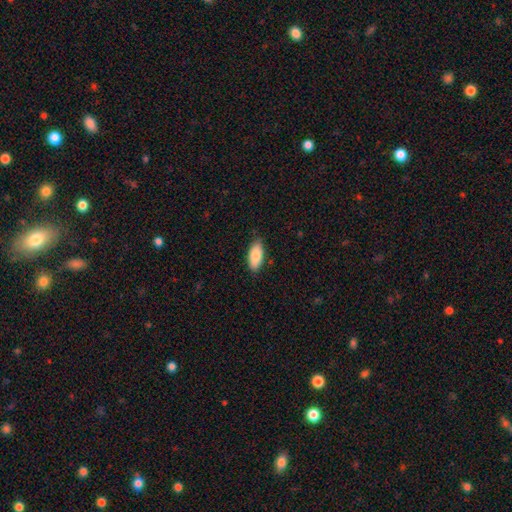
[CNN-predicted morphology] Overall: smooth (86%). How rounded: in between (88%). Merging: none (83%).